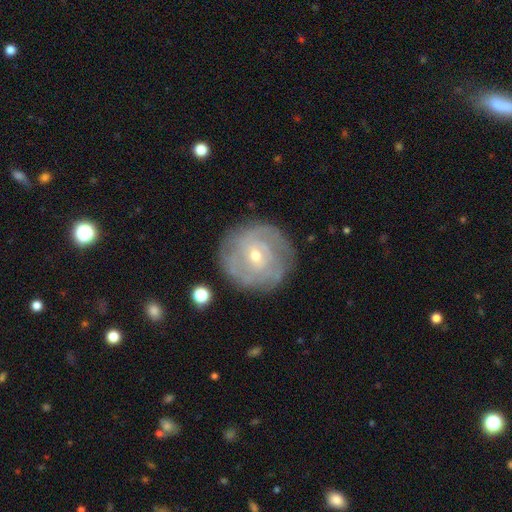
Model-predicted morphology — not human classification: featured or disk 75%, smooth 19%, star or artifact 7%. Down the decision tree: edge-on disk — no (97%); bar — no (59%); spiral arms — yes (84%); spiral arm count — can't tell (46%); spiral winding — tight (71%); bulge size — small (58%); merging — none (80%).